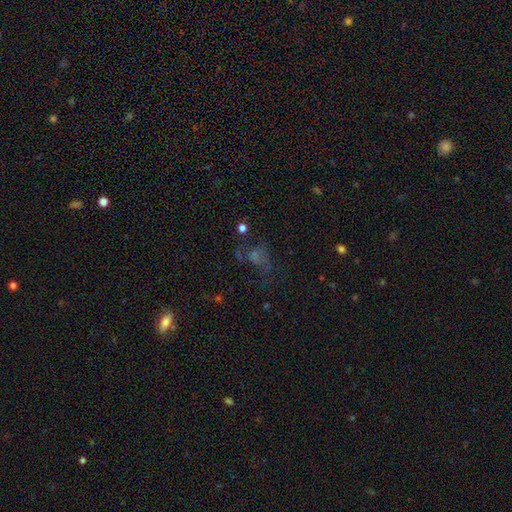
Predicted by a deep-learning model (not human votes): Smooth or featured: star or artifact — 40% (featured or disk — 31%)